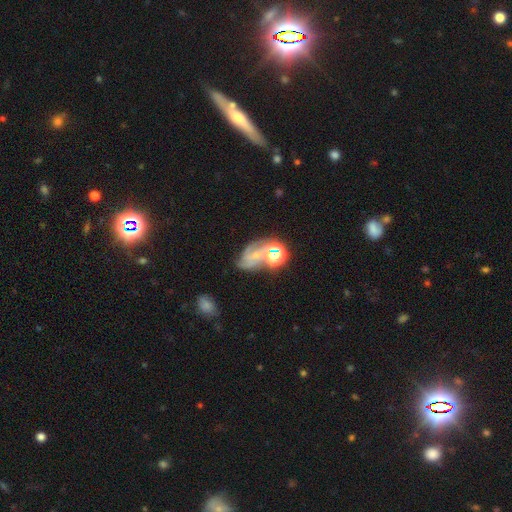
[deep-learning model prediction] smooth-or-featured: featured or disk: 55% | smooth: 23% | star or artifact: 22%
  disk-edge-on: no: 97% | yes: 3%
    bar: no: 67% | weak: 25% | strong: 7%
    has-spiral-arms: yes: 86% | no: 14%
    bulge-size: small: 61% | moderate: 24% | none: 10% | large: 3% | dominant: 2%
  merging: none: 41% | merger: 22% | major disturbance: 18% | minor disturbance: 18%